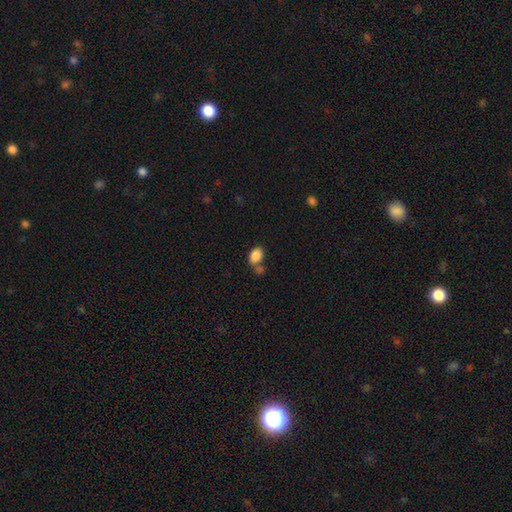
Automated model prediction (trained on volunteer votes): Smooth or featured? Predicted: smooth (p=0.86). How rounded? Predicted: in between (p=0.78). Merging? Predicted: none (p=0.54).